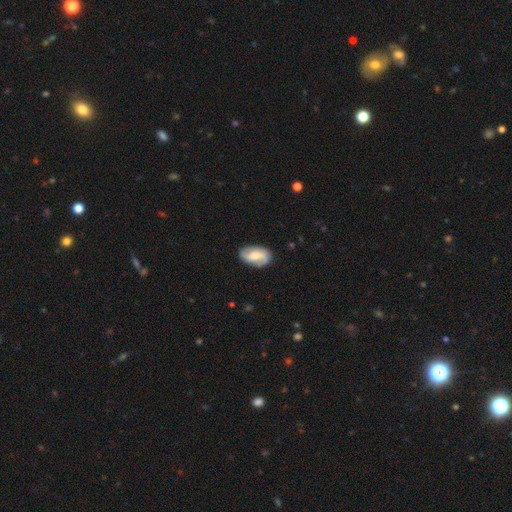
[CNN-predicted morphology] Smooth or featured? featured or disk (56%)
Edge-on disk? no (96%)
Bar? weak (44%)
Spiral arms? yes (88%)
Bulge size? moderate (40%)
Merging? none (76%)